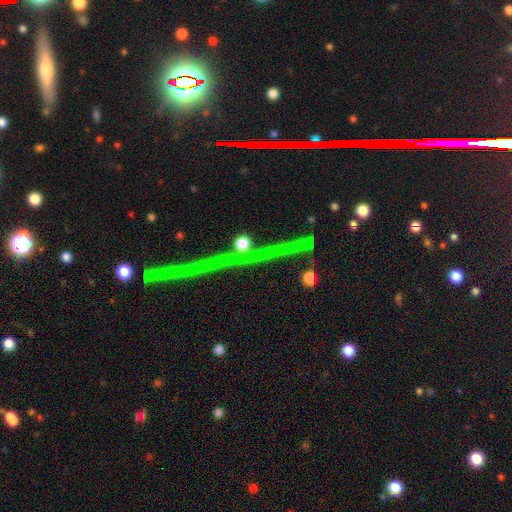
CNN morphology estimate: A star or artifact, not a galaxy (55%).

Vote fractions:
- Smooth or featured? star or artifact: 55% / featured or disk: 26% / smooth: 19%